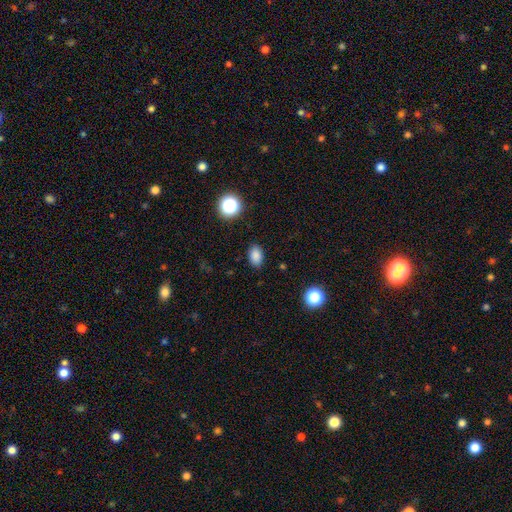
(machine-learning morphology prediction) Overall: smooth (84%). How rounded: in between (85%). Merging: none (86%).